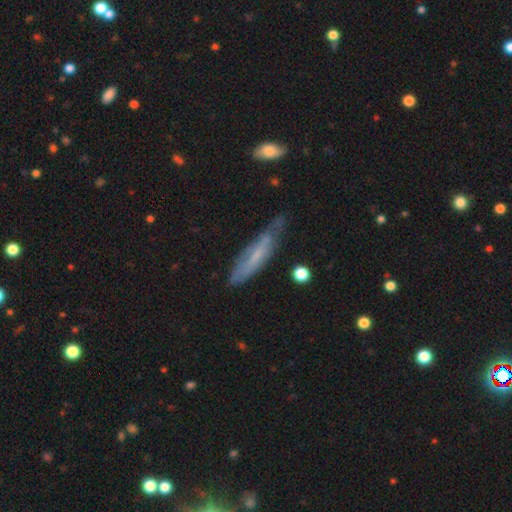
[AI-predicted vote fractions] This is possibly a featured or disk galaxy (47%). Merging: possibly none (54%).